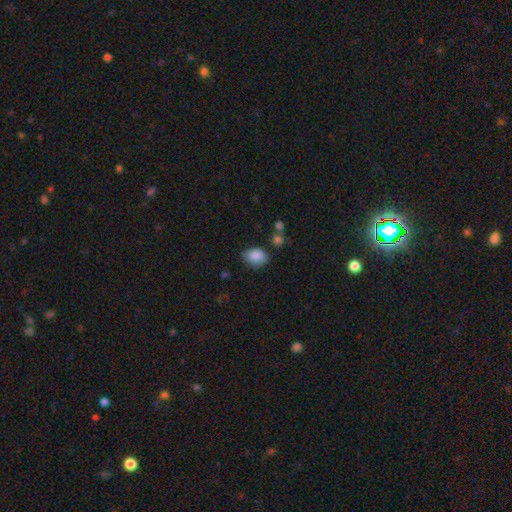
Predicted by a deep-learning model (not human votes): Overall: smooth (87%). How rounded: in between (65%; round 34%). Merging: none (68%).